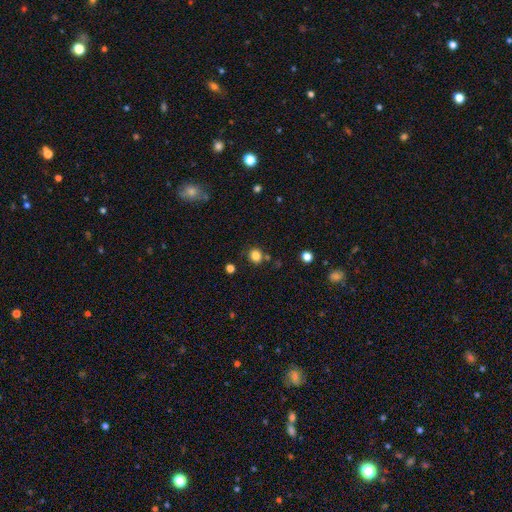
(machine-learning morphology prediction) A smooth galaxy with no disk features (82%) that is round (78%). Merging: none (80%).